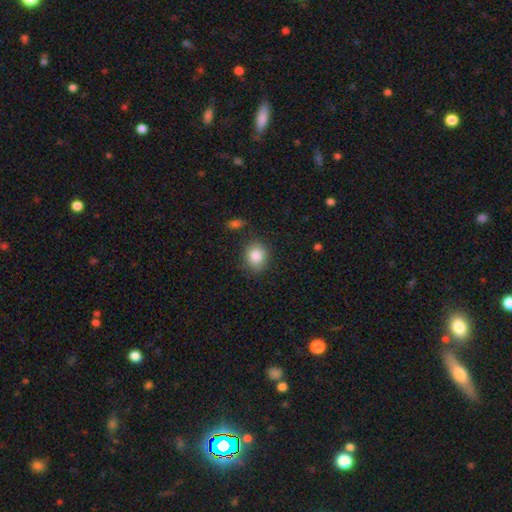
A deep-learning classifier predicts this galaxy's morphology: Overall: smooth (86%). How rounded: round (61%; in between 37%). Merging: none (81%).